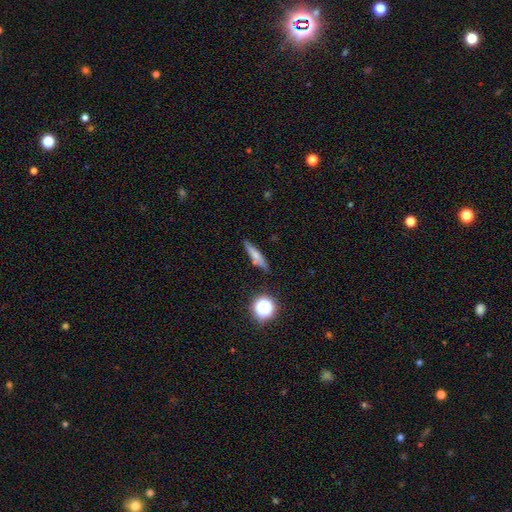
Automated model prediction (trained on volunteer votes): smooth_or_featured: smooth (p=0.66) [alt: featured or disk p=0.22]
how_rounded: cigar-shaped (p=0.81) [alt: in between p=0.14]
merging: none (p=0.78) [alt: minor disturbance p=0.14]